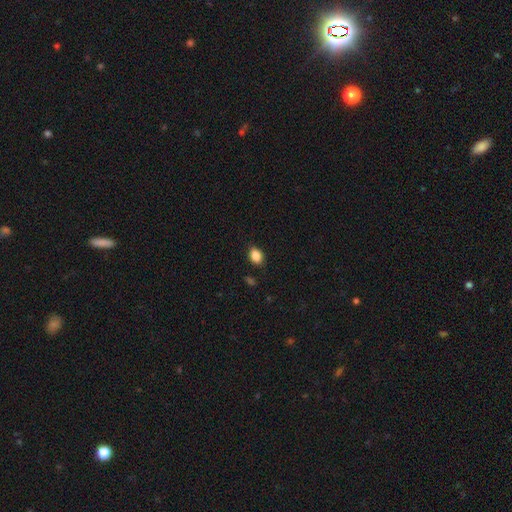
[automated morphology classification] Smooth or featured? Predicted: smooth (p=0.86). How rounded? Predicted: in between (p=0.69). Merging? Predicted: none (p=0.84).